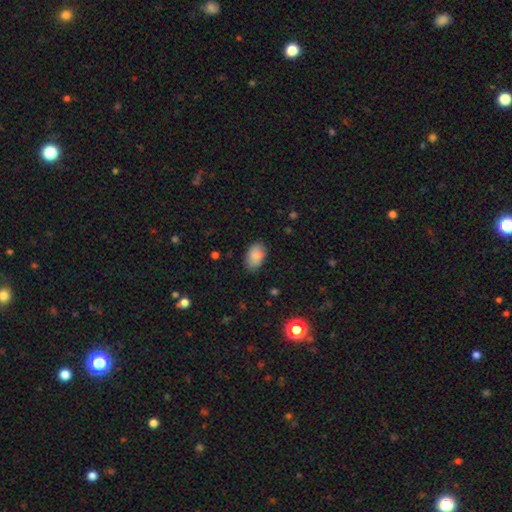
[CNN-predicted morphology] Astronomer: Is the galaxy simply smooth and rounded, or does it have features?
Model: smooth — 87%.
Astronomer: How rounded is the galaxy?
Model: in between — 91%.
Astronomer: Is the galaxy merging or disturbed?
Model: none — 81%.